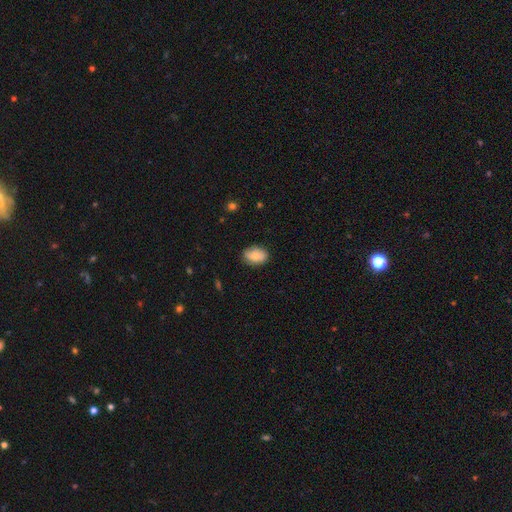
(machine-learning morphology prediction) type=smooth (82%); roundness=in between (84%); merging=none (81%).